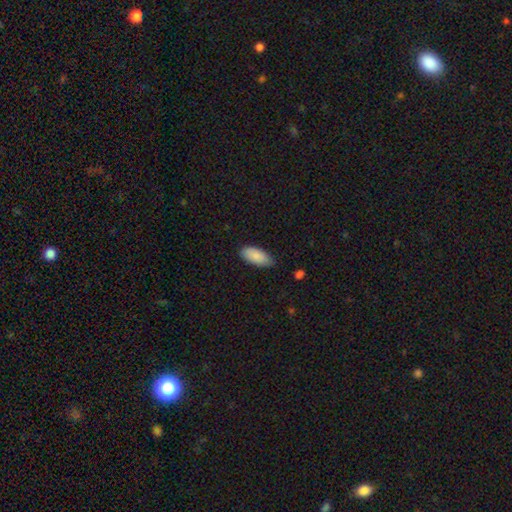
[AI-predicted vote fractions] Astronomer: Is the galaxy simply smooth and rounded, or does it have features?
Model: smooth — 88%.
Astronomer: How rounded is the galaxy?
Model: in between — 89%.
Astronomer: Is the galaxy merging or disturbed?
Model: none — 77%.